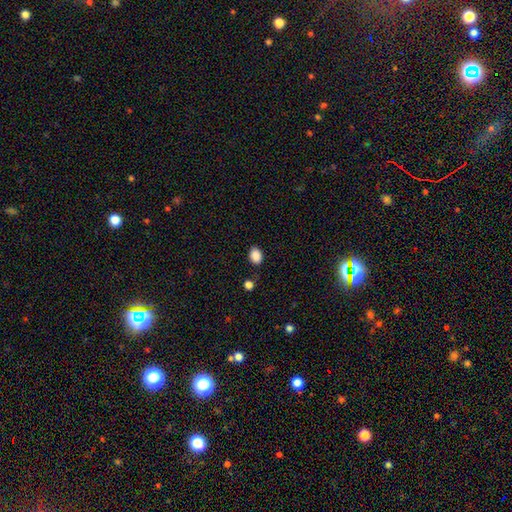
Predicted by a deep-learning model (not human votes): This is clearly a smooth galaxy (88%). How rounded: likely in between (70%). Merging: clearly none (81%).